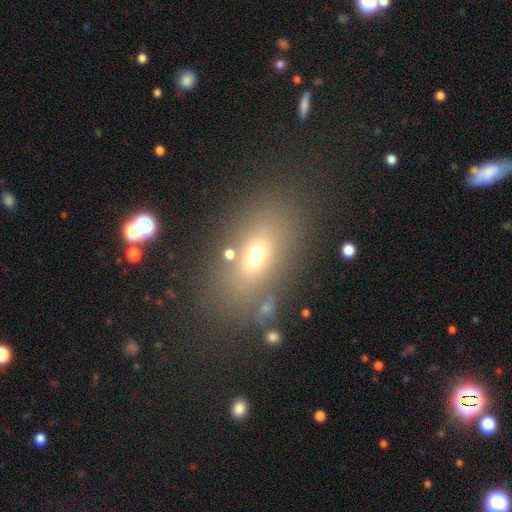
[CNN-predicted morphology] type=smooth (64%); roundness=in between (77%); merging=none (76%).